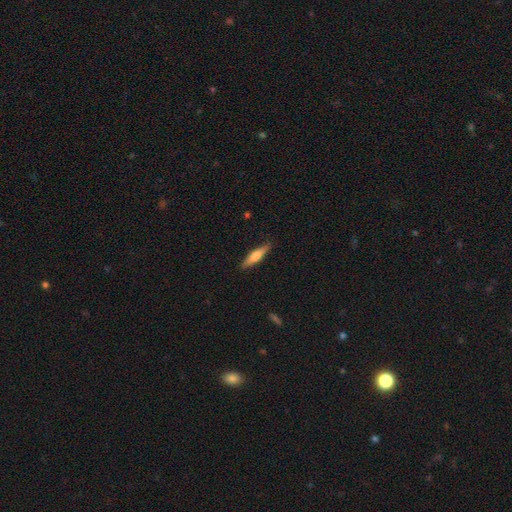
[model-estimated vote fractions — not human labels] Smooth or featured?
  - smooth: 60% *
  - featured or disk: 35%
  - star or artifact: 6%
How rounded?
  - cigar-shaped: 79% *
  - in between: 19%
  - round: 2%
Merging?
  - none: 88% *
  - minor disturbance: 9%
  - major disturbance: 2%
  - merger: 1%